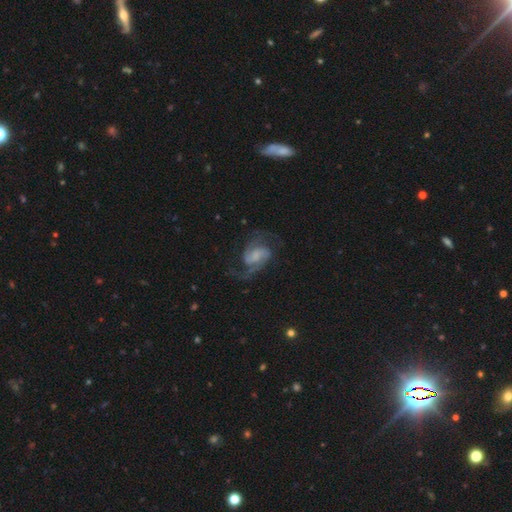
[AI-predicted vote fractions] Smooth or featured? featured or disk (87%)
Edge-on disk? no (98%)
Bar? no (44%)
Spiral arms? yes (97%)
Spiral winding? medium (55%)
Spiral arm count? 2 (90%)
Bulge size? none (39%)
Merging? none (69%)